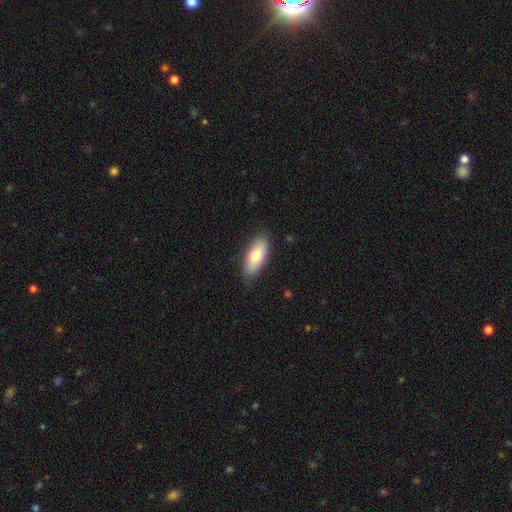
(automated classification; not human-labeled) smooth_or_featured: smooth (p=0.73) [alt: featured or disk p=0.21]
how_rounded: in between (p=0.82) [alt: cigar-shaped p=0.16]
merging: none (p=0.82) [alt: minor disturbance p=0.14]